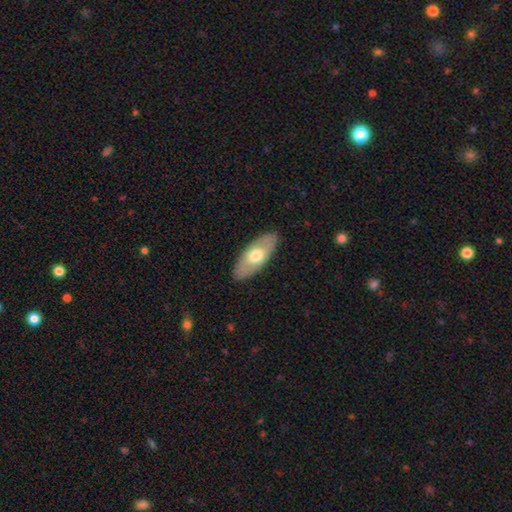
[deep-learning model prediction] Morphology: type=smooth (56%); roundness=in between (85%); merging=none (87%).